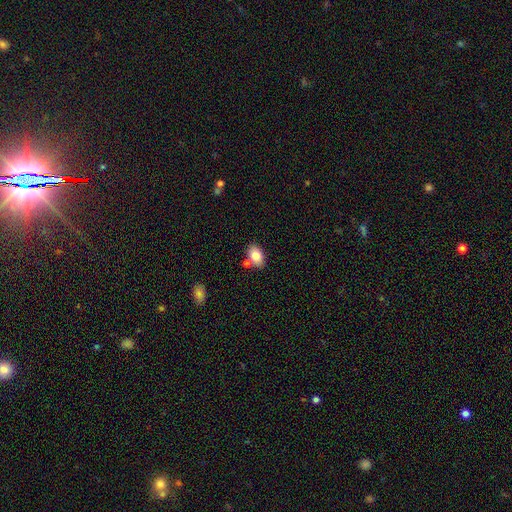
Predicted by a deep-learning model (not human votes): Smooth or featured? smooth (81%)
How rounded? in between (86%)
Merging? none (73%)